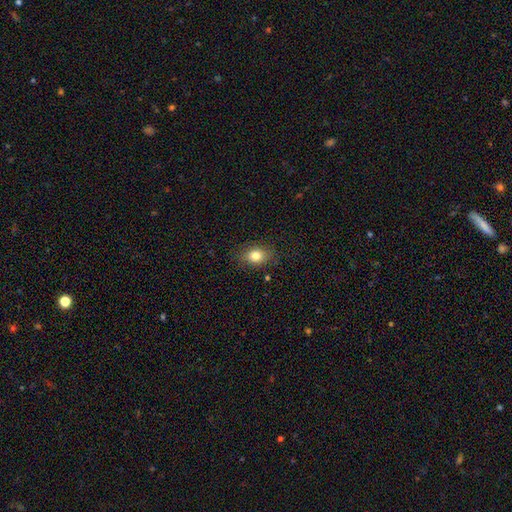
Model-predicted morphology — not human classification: Smooth or featured: smooth — 81% (star or artifact — 10%)
How rounded: in between — 74% (round — 24%)
Merging: none — 83% (minor disturbance — 13%)